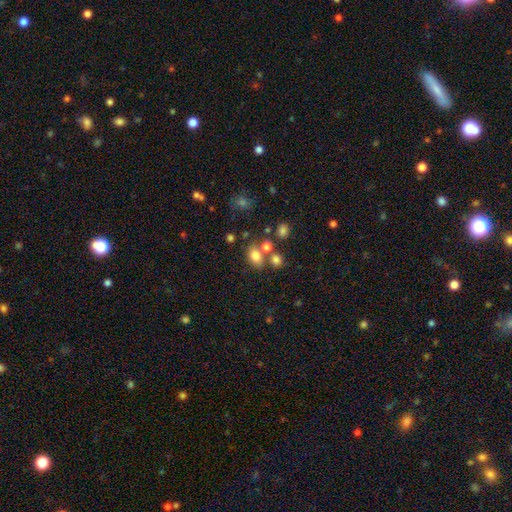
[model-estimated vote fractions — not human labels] This is likely a smooth galaxy (76%). How rounded: likely in between (69%). Merging: possibly none (56%).